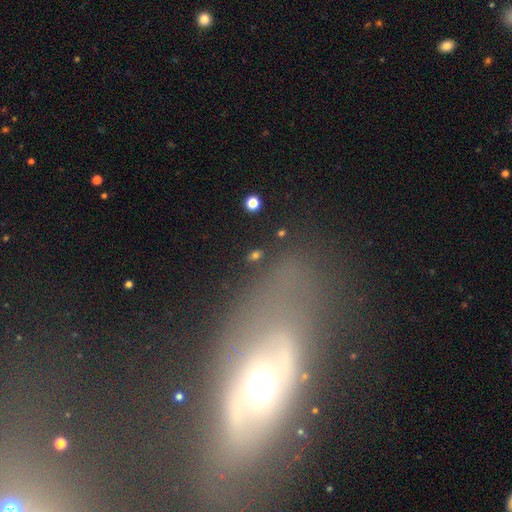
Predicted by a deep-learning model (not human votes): This appears to be a smooth galaxy with no disk features (55%) that is in between round and cigar-shaped (51%). Merging: none (80%).